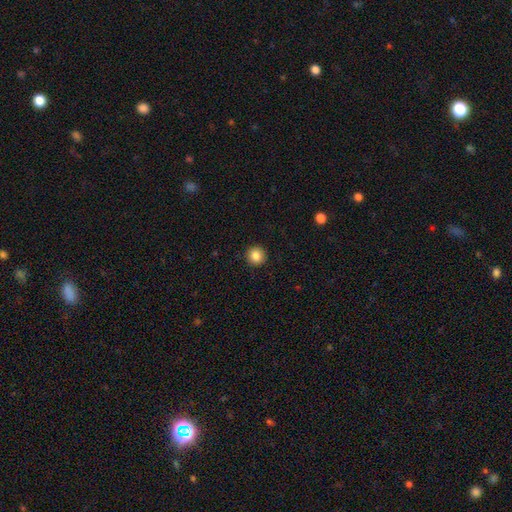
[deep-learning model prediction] Overall: smooth (86%). How rounded: round (95%). Merging: none (93%).